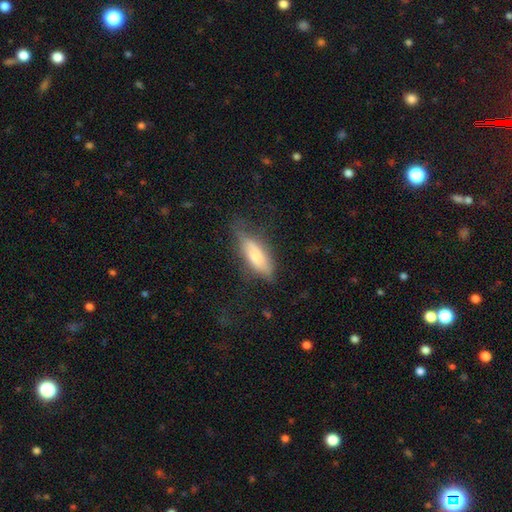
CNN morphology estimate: Q: Smooth or featured?
A: smooth (68%); runner-up: featured or disk (25%)
Q: How rounded?
A: in between (56%); runner-up: cigar-shaped (41%)
Q: Merging?
A: none (54%); runner-up: minor disturbance (30%)